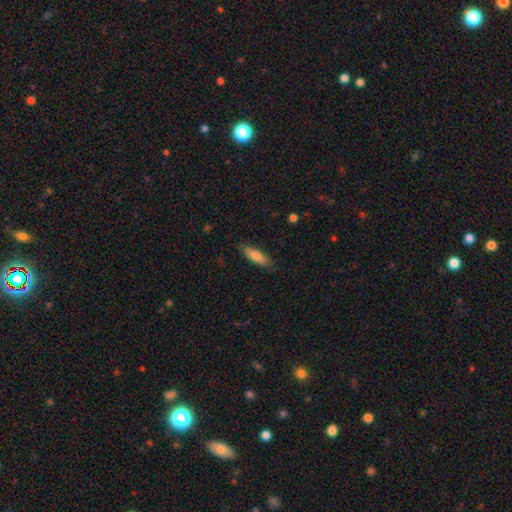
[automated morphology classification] Smooth or featured?
  - smooth: 76% *
  - featured or disk: 18%
  - star or artifact: 6%
How rounded?
  - cigar-shaped: 50% *
  - in between: 48%
  - round: 2%
Merging?
  - none: 85% *
  - minor disturbance: 11%
  - major disturbance: 2%
  - merger: 1%